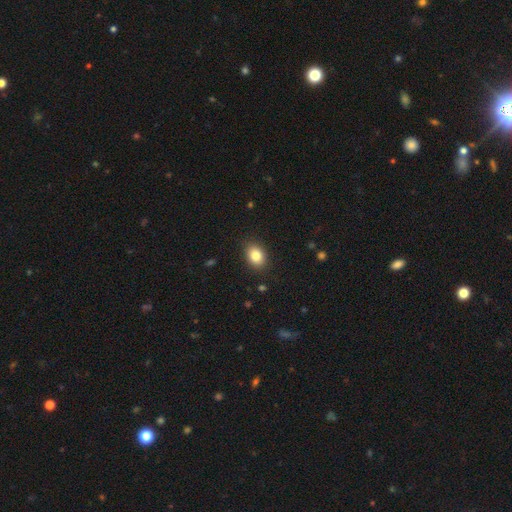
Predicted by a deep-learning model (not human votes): This appears to be a smooth galaxy with no disk features (85%) that is in between round and cigar-shaped (72%). Merging: none (88%).